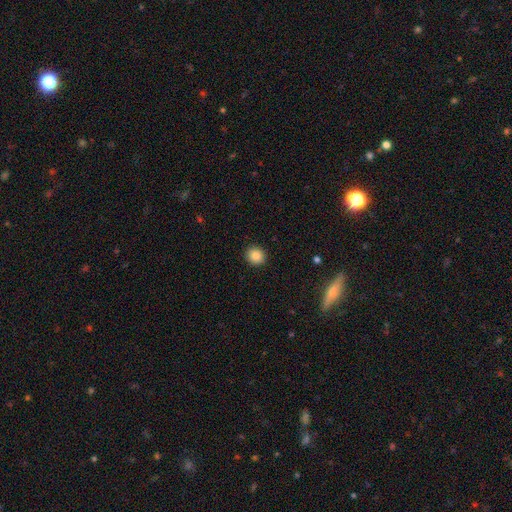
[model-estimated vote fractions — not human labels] A smooth galaxy with no disk features (86%) that is round (84%). Merging: none (91%).